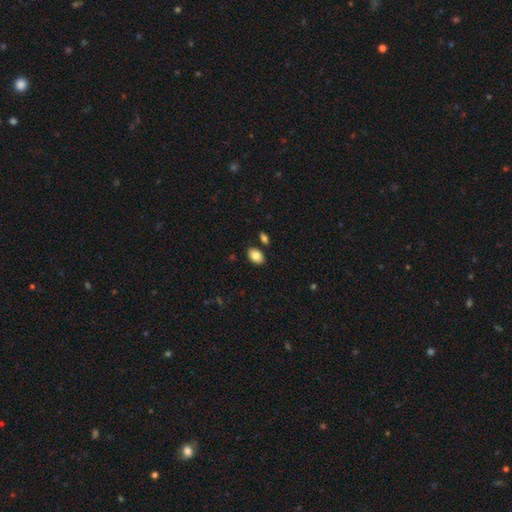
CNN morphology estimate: smooth_or_featured: smooth (p=0.84) [alt: featured or disk p=0.09]
how_rounded: in between (p=0.90) [alt: round p=0.09]
merging: none (p=0.84) [alt: minor disturbance p=0.09]